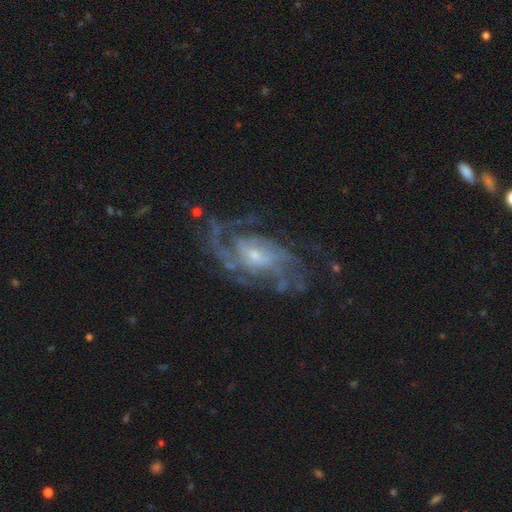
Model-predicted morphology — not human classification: This appears to be a featured or disk galaxy (88%) with no bar (52%), medium (45%) spiral arms (94%) and a small central bulge (64%). Merging: none (60%).